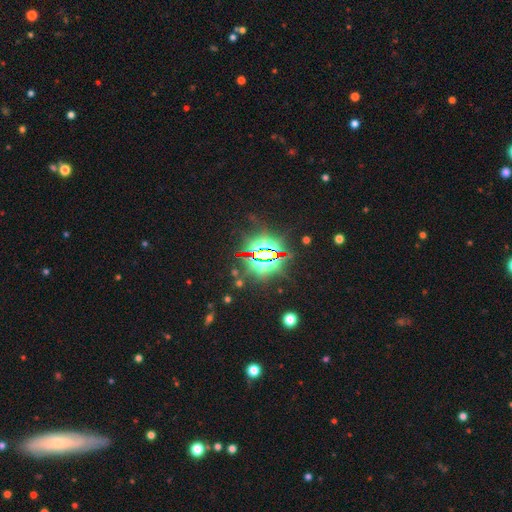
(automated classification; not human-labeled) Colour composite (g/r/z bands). It shows a star or artifact, not a galaxy (82%).